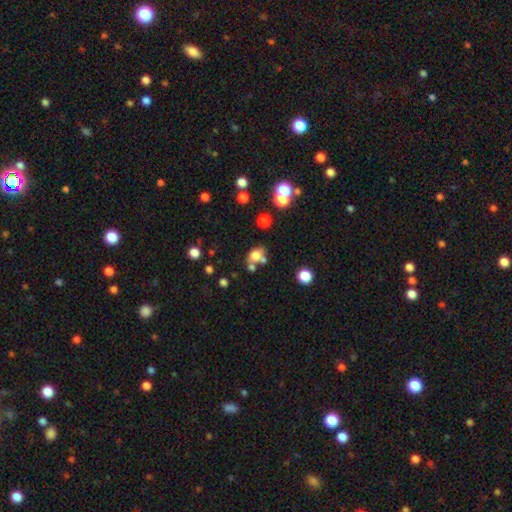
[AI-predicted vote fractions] Smooth or featured?
  - smooth: 72% *
  - star or artifact: 15%
  - featured or disk: 14%
How rounded?
  - in between: 57% *
  - round: 42%
  - cigar-shaped: 2%
Merging?
  - none: 48% *
  - merger: 31%
  - minor disturbance: 14%
  - major disturbance: 7%